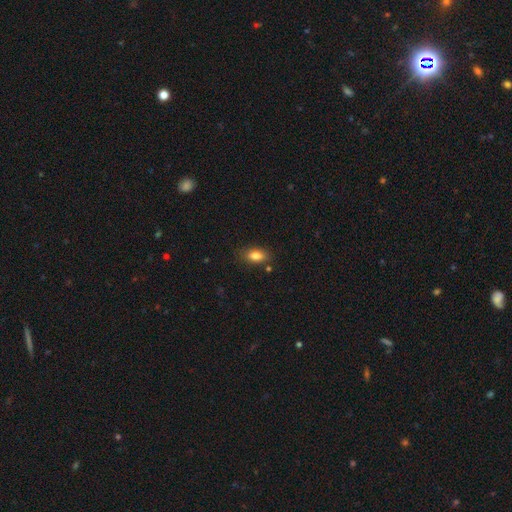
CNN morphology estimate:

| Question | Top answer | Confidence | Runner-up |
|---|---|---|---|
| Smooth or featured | smooth | 83% | star or artifact (9%) |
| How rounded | in between | 88% | round (8%) |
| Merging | none | 80% | minor disturbance (14%) |